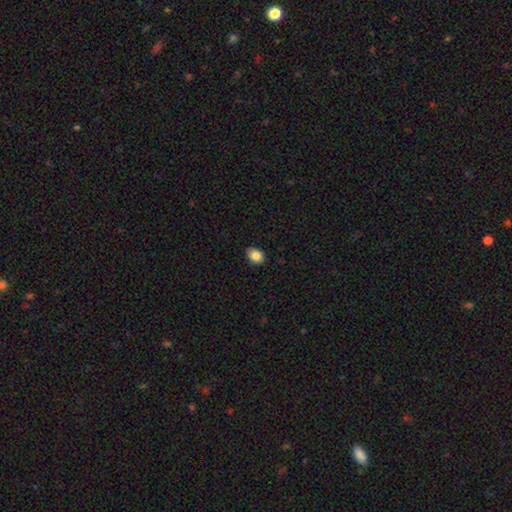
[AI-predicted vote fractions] smooth_or_featured: smooth (p=0.85) [alt: star or artifact p=0.09]
how_rounded: in between (p=0.72) [alt: round p=0.27]
merging: none (p=0.81) [alt: minor disturbance p=0.16]